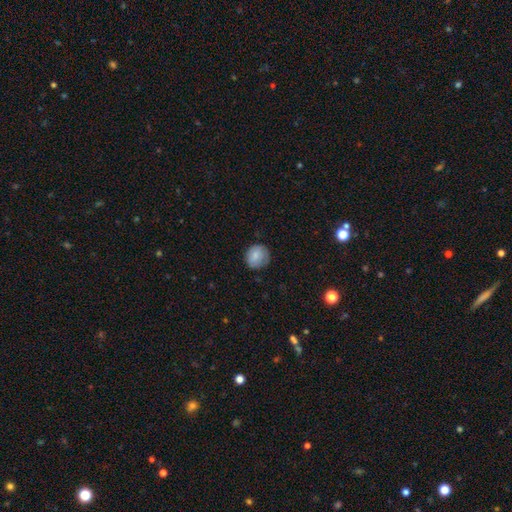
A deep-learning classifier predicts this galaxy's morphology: Q: Smooth or featured?
A: smooth (81%); runner-up: featured or disk (12%)
Q: How rounded?
A: round (80%); runner-up: in between (19%)
Q: Merging?
A: none (78%); runner-up: minor disturbance (17%)